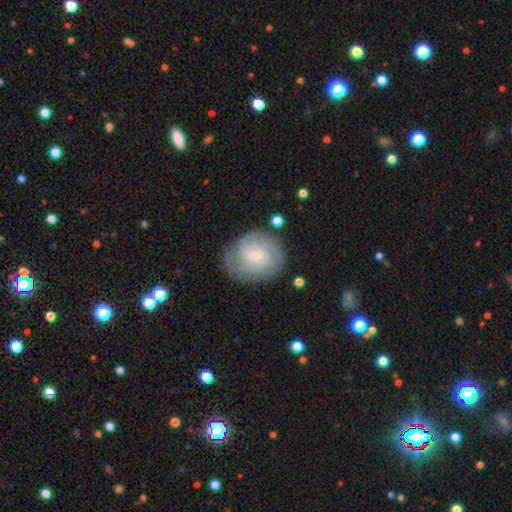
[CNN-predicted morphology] featured or disk 79%, smooth 15%, star or artifact 6%. Down the decision tree: edge-on disk — no (98%); bar — no (51%); spiral arms — yes (96%); spiral arm count — can't tell (27%); spiral winding — tight (64%); bulge size — small (71%); merging — none (78%).